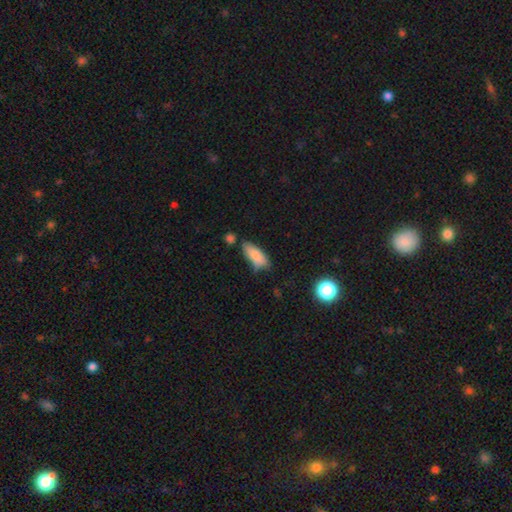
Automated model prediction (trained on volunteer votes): Morphology: type=smooth (81%); roundness=in between (76%); merging=none (56%).